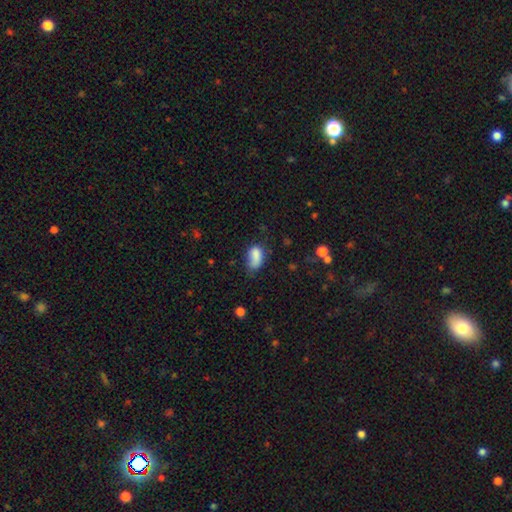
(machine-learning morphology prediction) Smooth or featured?
  - smooth: 80% *
  - featured or disk: 10%
  - star or artifact: 10%
How rounded?
  - in between: 88% *
  - round: 9%
  - cigar-shaped: 3%
Merging?
  - none: 42% *
  - minor disturbance: 35%
  - major disturbance: 17%
  - merger: 6%